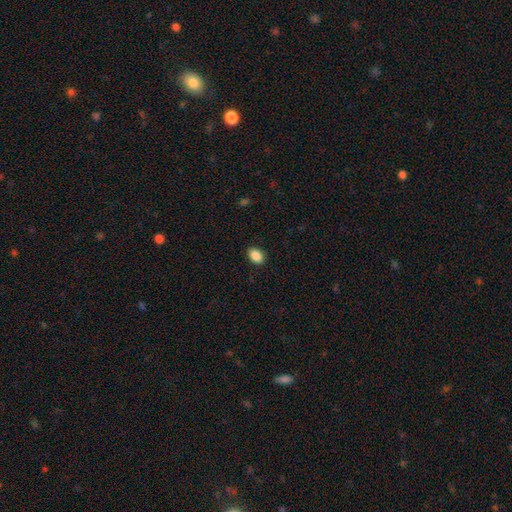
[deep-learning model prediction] Overall: smooth (89%). How rounded: in between (79%). Merging: none (89%).